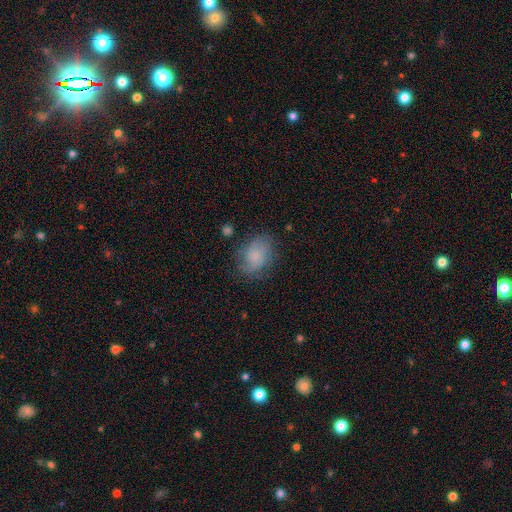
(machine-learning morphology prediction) A smooth galaxy with no disk features (66%) that is in between round and cigar-shaped (64%). Merging: none (67%).